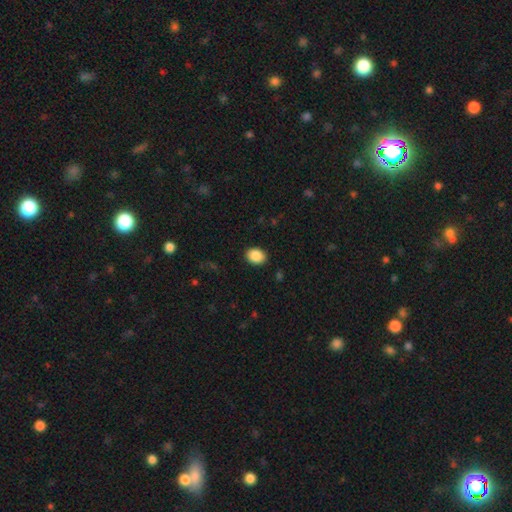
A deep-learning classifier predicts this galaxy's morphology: This is clearly a smooth galaxy (88%). How rounded: possibly in between (55%). Merging: clearly none (90%).